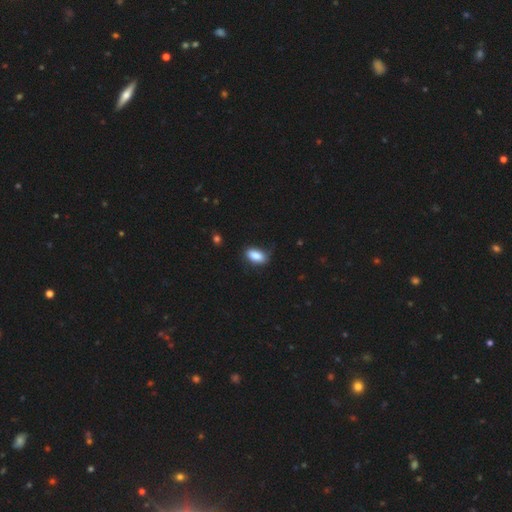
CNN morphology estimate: smooth_or_featured: smooth (p=0.87) [alt: star or artifact p=0.07]
how_rounded: in between (p=0.91) [alt: cigar-shaped p=0.05]
merging: none (p=0.70) [alt: minor disturbance p=0.23]